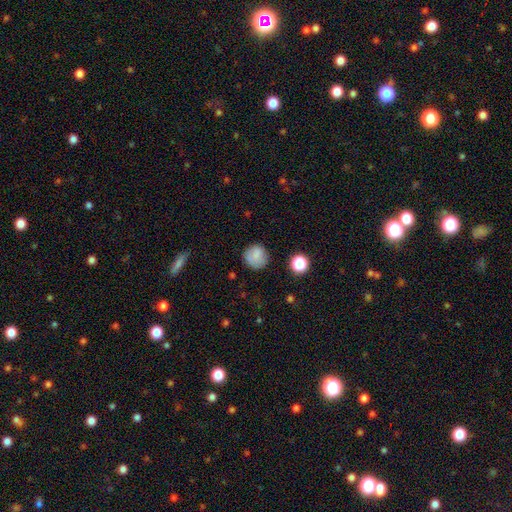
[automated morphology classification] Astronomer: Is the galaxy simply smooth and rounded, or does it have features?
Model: smooth — 82%.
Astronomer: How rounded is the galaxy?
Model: round — 91%.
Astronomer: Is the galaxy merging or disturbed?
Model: none — 80%.